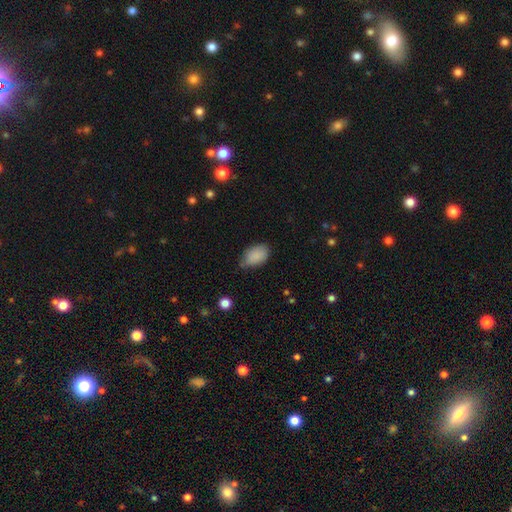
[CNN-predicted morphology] smooth-or-featured: smooth: 87% | star or artifact: 8% | featured or disk: 5%
  how-rounded: in between: 90% | round: 8% | cigar-shaped: 1%
  merging: none: 57% | minor disturbance: 35% | major disturbance: 6% | merger: 2%